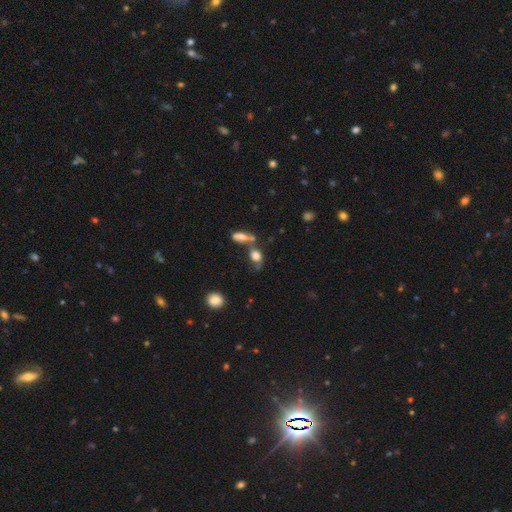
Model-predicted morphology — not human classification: This is likely a smooth galaxy (62%). How rounded: likely in between (67%). Merging: marginally merger (36%).